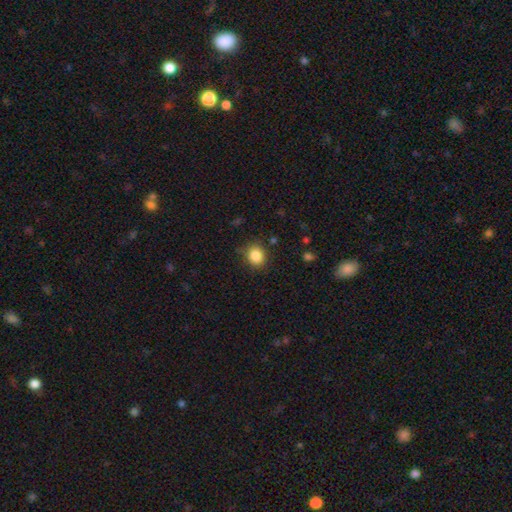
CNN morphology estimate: A smooth galaxy with no disk features (86%) that is round (73%). Merging: none (82%).